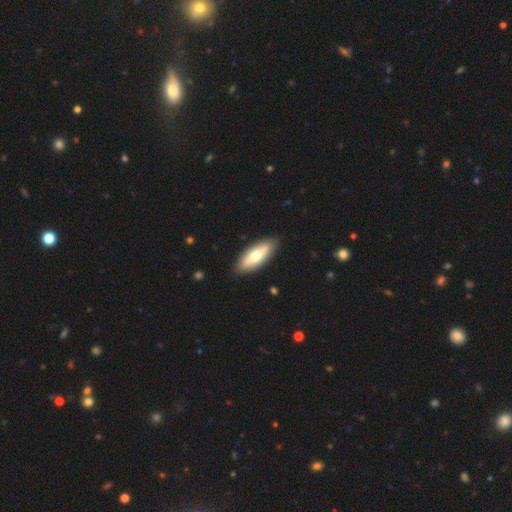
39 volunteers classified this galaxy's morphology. A smooth galaxy with no disk features (67%) that is in between round and cigar-shaped (81%).

Vote fractions:
- Smooth or featured? smooth: 67% / featured or disk: 28% / star or artifact: 5%
- How rounded? in between: 81% / cigar-shaped: 19% / round: 0%
- Merging? none: 97% / minor disturbance: 3% / major disturbance: 0% / merger: 0%